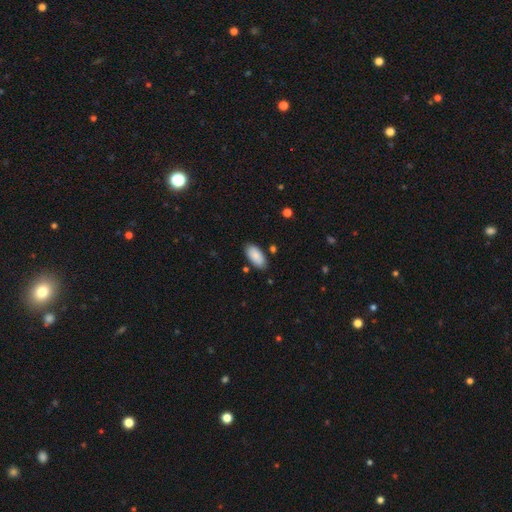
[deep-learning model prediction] The model was most divided on "merging": none: 84%, minor disturbance: 11%, merger: 3%, major disturbance: 2%. More confident: how rounded — in between (93%); smooth or featured — smooth (89%).